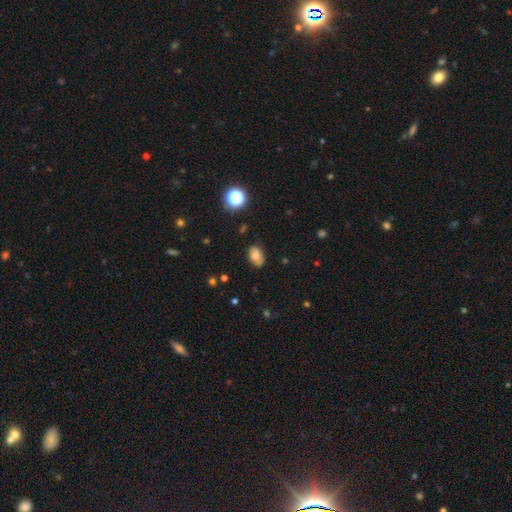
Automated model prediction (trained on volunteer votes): A smooth galaxy with no disk features (69%) that is in between round and cigar-shaped (84%). Merging: none (78%).